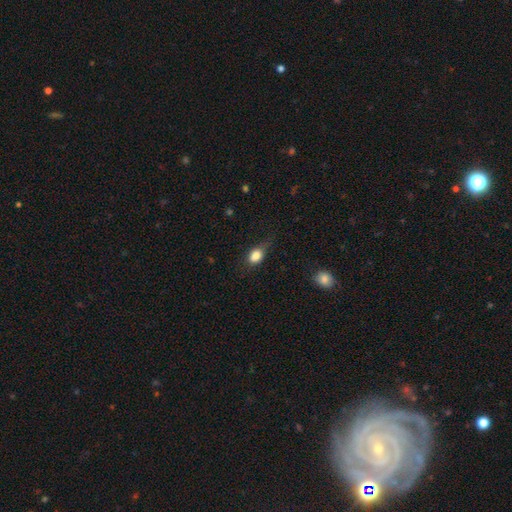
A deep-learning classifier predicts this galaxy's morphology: smooth_or_featured: smooth (p=0.83) [alt: star or artifact p=0.09]
how_rounded: in between (p=0.73) [alt: round p=0.24]
merging: none (p=0.51) [alt: minor disturbance p=0.33]